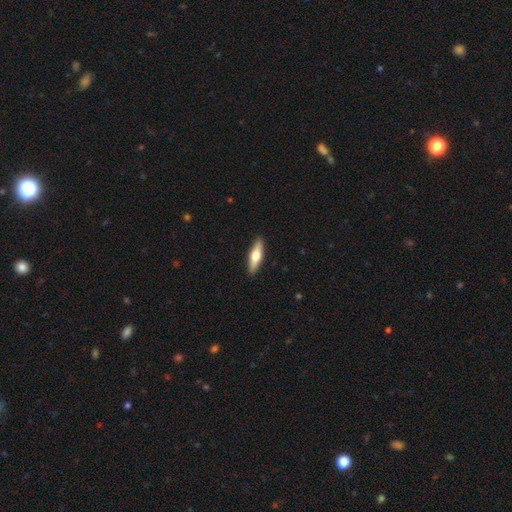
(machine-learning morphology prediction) smooth_or_featured: smooth (p=0.49) [alt: featured or disk p=0.46]
merging: none (p=0.91) [alt: minor disturbance p=0.06]